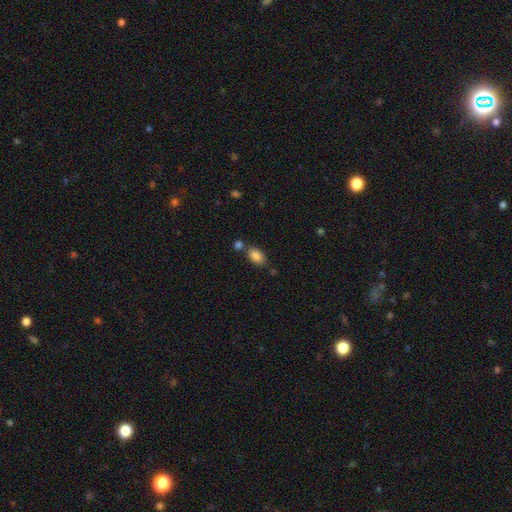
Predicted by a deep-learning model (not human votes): smooth 86%, star or artifact 8%, featured or disk 6%. Down the decision tree: how rounded — in between (90%); merging — none (64%).